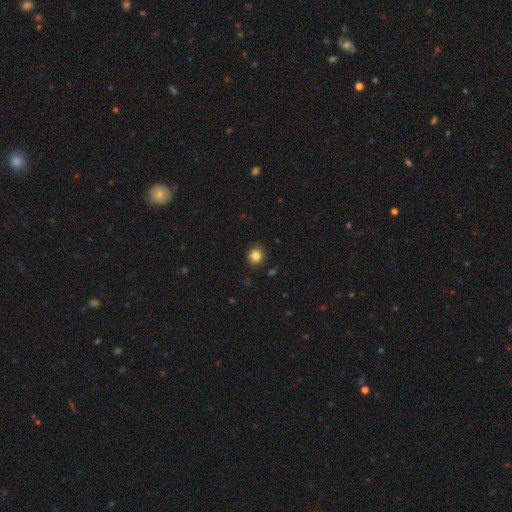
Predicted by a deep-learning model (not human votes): Overall: smooth (84%). How rounded: round (82%). Merging: none (90%).